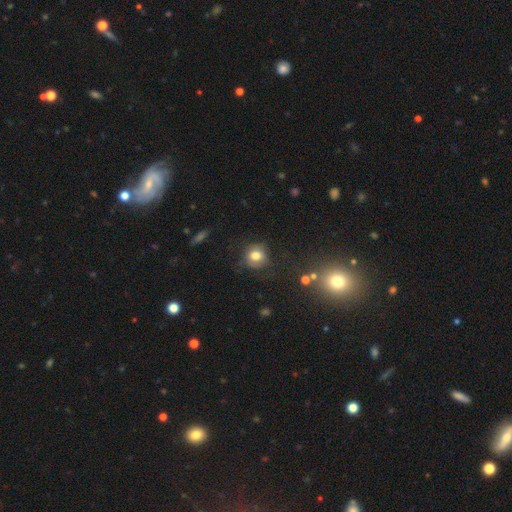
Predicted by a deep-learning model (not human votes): Smooth or featured: smooth — 75% (featured or disk — 13%)
How rounded: round — 82% (in between — 17%)
Merging: none — 73% (minor disturbance — 18%)